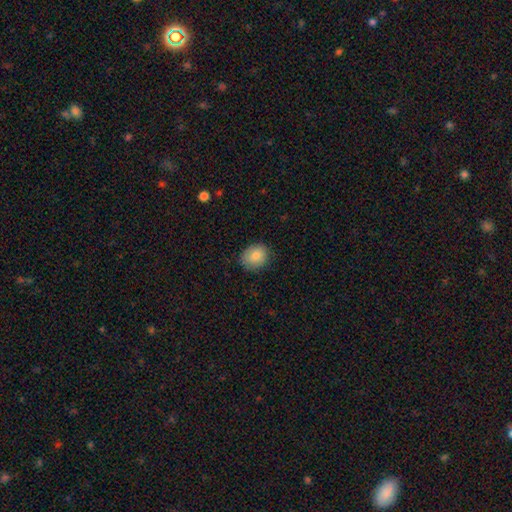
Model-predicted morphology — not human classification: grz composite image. It shows a smooth galaxy with no disk features (83%) that is round (68%). Merging: none (83%).